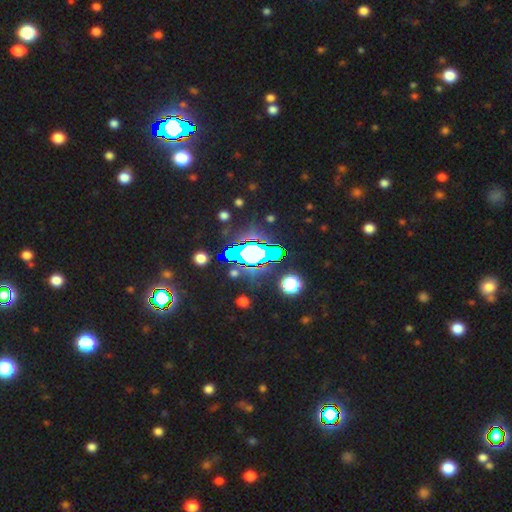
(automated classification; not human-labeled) A star or artifact, not a galaxy (61%).